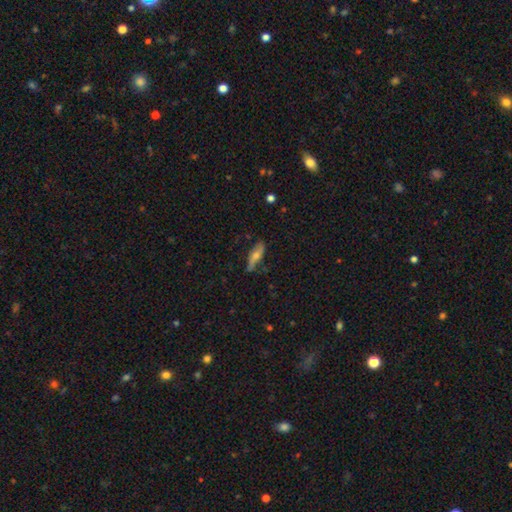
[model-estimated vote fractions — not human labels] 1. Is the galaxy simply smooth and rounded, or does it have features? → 48% featured or disk, 43% smooth, 9% star or artifact.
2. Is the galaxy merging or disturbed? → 70% none, 22% minor disturbance, 6% major disturbance, 2% merger.